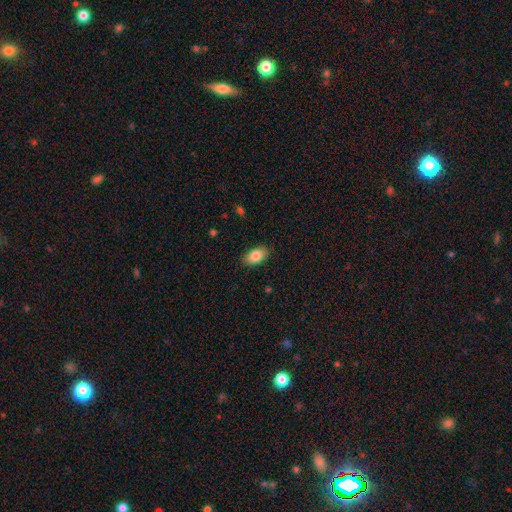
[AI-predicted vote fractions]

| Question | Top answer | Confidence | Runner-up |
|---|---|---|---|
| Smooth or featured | smooth | 86% | star or artifact (7%) |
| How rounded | in between | 92% | round (6%) |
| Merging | none | 87% | minor disturbance (10%) |